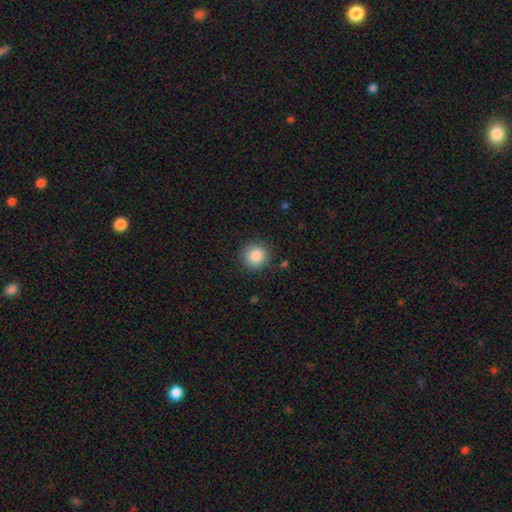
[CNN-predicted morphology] smooth-or-featured: smooth: 87% | star or artifact: 9% | featured or disk: 4%
  how-rounded: round: 92% | in between: 7% | cigar-shaped: 1%
  merging: none: 88% | minor disturbance: 8% | major disturbance: 3% | merger: 1%